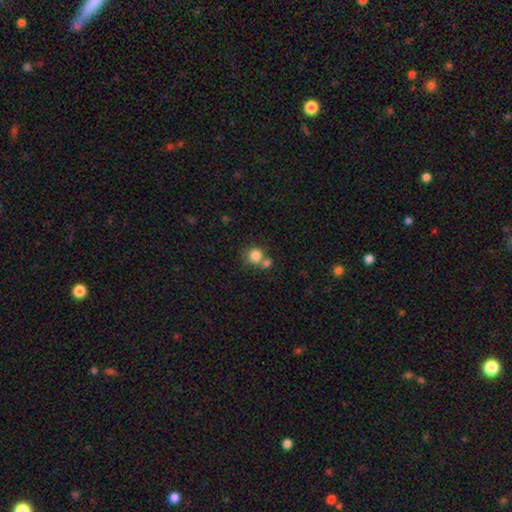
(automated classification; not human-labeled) Smooth or featured?
  - smooth: 81% *
  - star or artifact: 11%
  - featured or disk: 8%
How rounded?
  - round: 88% *
  - in between: 11%
  - cigar-shaped: 1%
Merging?
  - none: 50% *
  - merger: 37%
  - minor disturbance: 9%
  - major disturbance: 4%